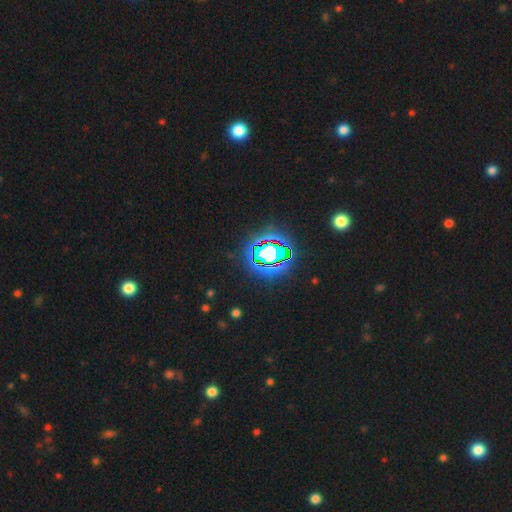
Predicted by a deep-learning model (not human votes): Smooth or featured? Predicted: star or artifact (p=0.81).